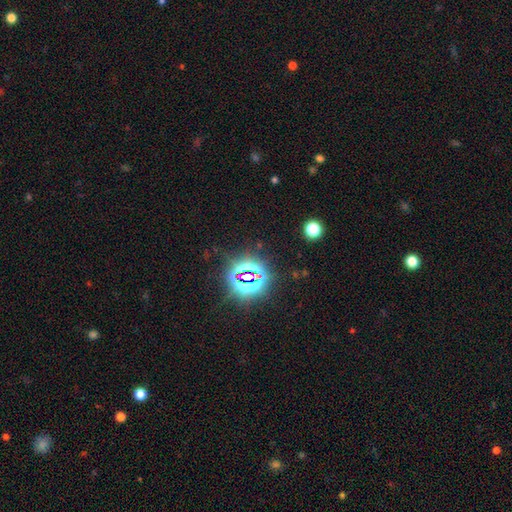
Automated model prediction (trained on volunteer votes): Smooth or featured? Predicted: star or artifact (p=0.82).